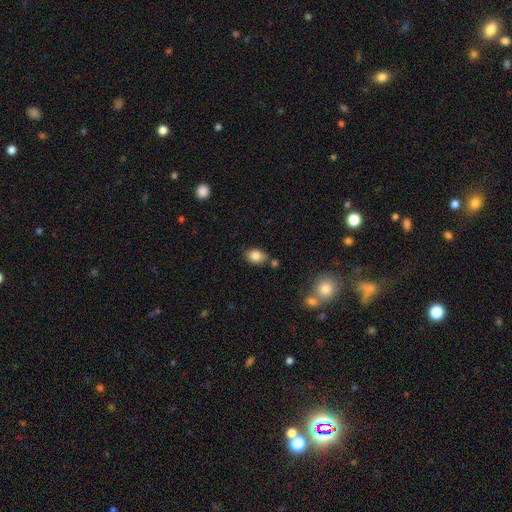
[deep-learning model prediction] Smooth or featured?
  - smooth: 83% *
  - star or artifact: 9%
  - featured or disk: 8%
How rounded?
  - in between: 65% *
  - round: 33%
  - cigar-shaped: 1%
Merging?
  - none: 68% *
  - minor disturbance: 17%
  - merger: 11%
  - major disturbance: 4%